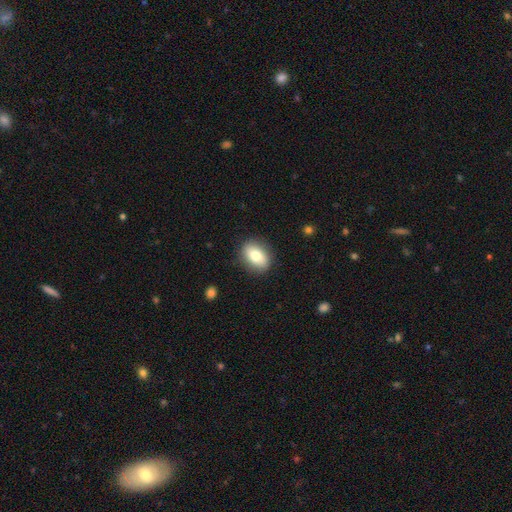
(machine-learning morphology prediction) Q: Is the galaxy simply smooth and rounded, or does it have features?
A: smooth — 76%.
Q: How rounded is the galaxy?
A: in between — 75%.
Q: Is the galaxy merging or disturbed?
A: none — 87%.